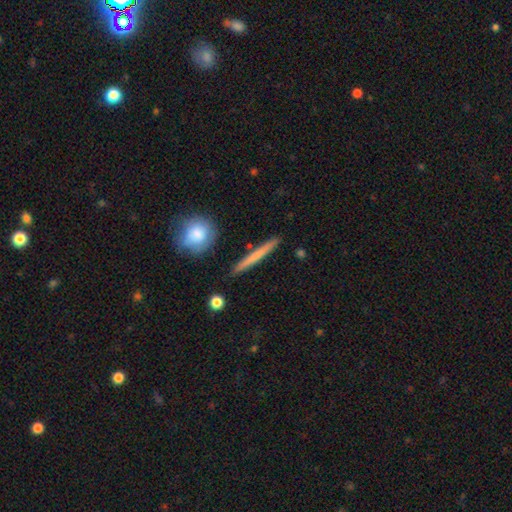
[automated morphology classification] smooth-or-featured: smooth: 60% | featured or disk: 35% | star or artifact: 5%
  how-rounded: cigar-shaped: 94% | round: 3% | in between: 3%
  merging: none: 90% | minor disturbance: 6% | merger: 2% | major disturbance: 1%